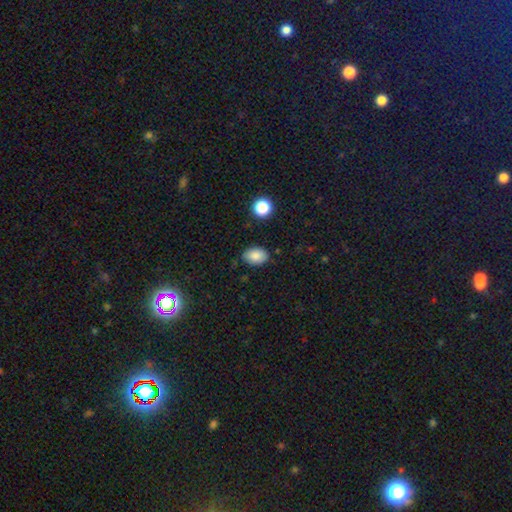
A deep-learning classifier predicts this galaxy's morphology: Smooth or featured? Predicted: smooth (p=0.86). How rounded? Predicted: in between (p=0.83). Merging? Predicted: none (p=0.82).